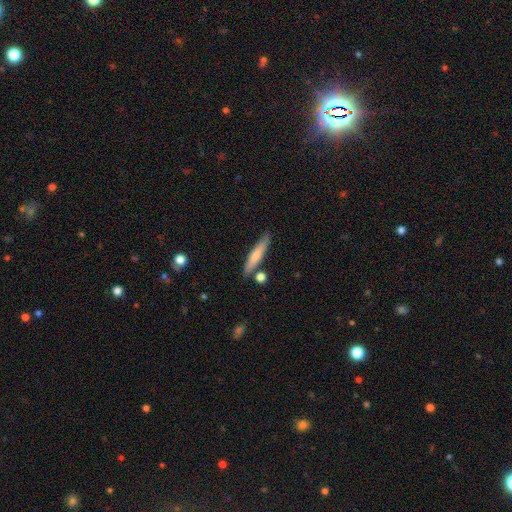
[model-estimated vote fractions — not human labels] Smooth or featured: smooth — 69% (featured or disk — 25%)
How rounded: cigar-shaped — 90% (in between — 8%)
Merging: none — 80% (minor disturbance — 11%)